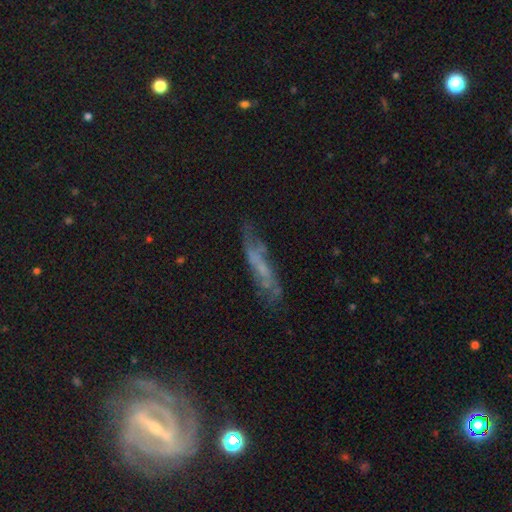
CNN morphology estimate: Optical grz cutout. It shows a featured or disk galaxy (56%). Merging: none (59%).